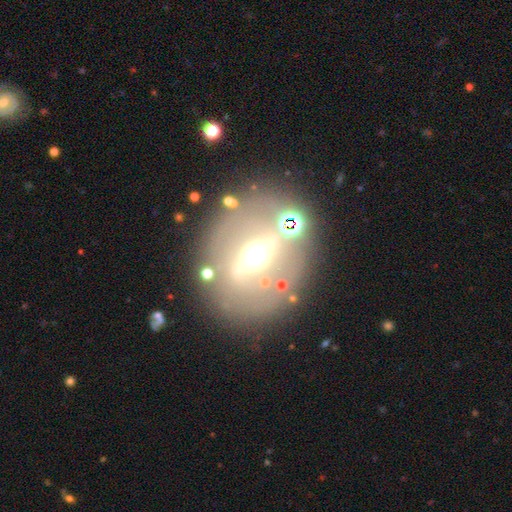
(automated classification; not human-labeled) Smooth or featured? Predicted: featured or disk (p=0.54). Edge-on disk? Predicted: no (p=0.79). Merging? Predicted: none (p=0.74).